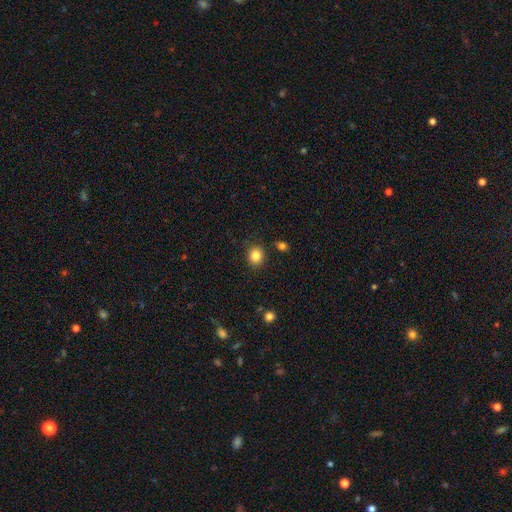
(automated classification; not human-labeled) A smooth galaxy with no disk features (84%) that is round (80%). Merging: none (87%).